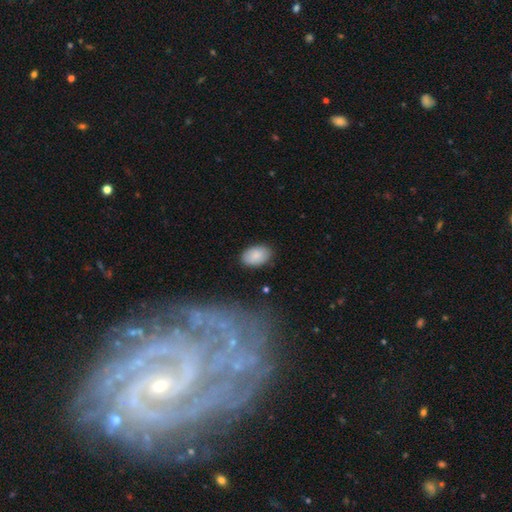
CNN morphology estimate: smooth 85%, featured or disk 8%, star or artifact 7%. Down the decision tree: how rounded — in between (90%); merging — none (83%).